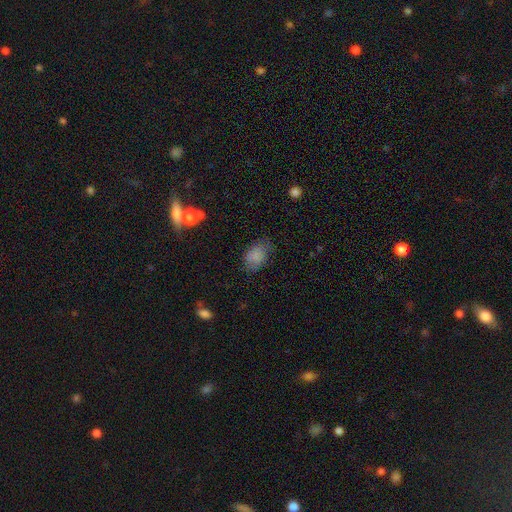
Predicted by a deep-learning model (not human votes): This is likely a smooth galaxy (79%). How rounded: clearly in between (83%). Merging: likely none (65%).